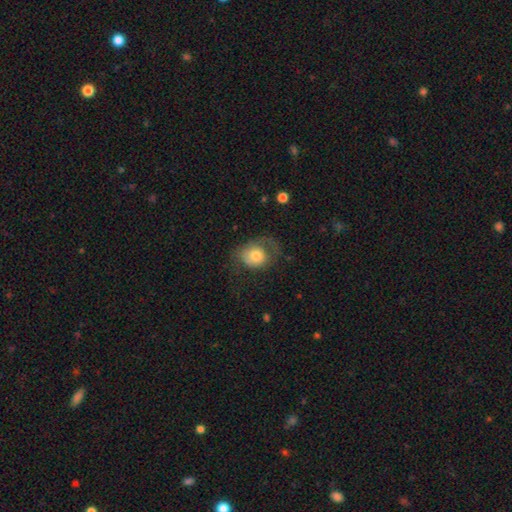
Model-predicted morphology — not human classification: Smooth or featured?
  - smooth: 69% *
  - featured or disk: 23%
  - star or artifact: 8%
How rounded?
  - round: 62% *
  - in between: 38%
  - cigar-shaped: 1%
Merging?
  - none: 39% *
  - major disturbance: 34%
  - minor disturbance: 25%
  - merger: 2%